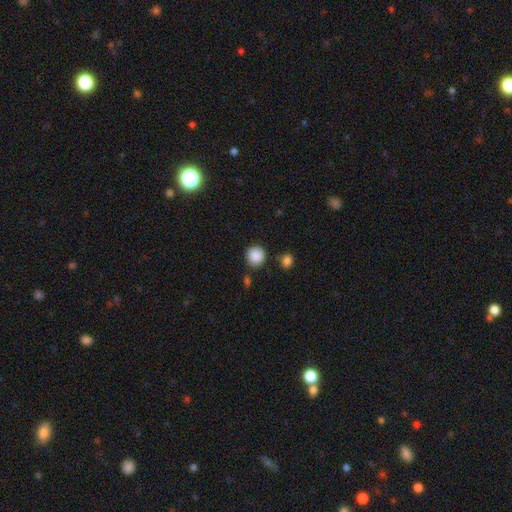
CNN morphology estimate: This is clearly a smooth galaxy (88%). How rounded: clearly round (90%). Merging: clearly none (81%).